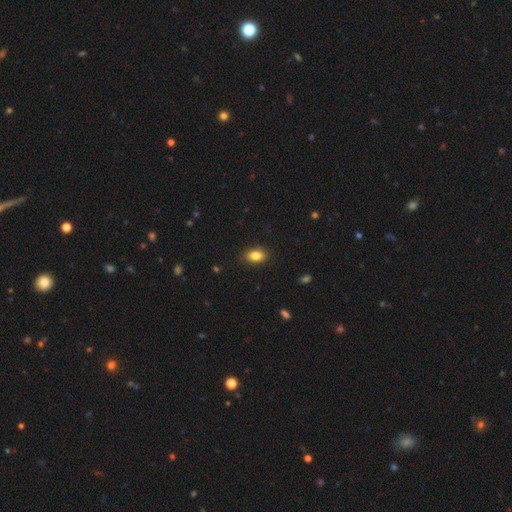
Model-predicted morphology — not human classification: Q: Smooth or featured?
A: smooth (84%); runner-up: star or artifact (9%)
Q: How rounded?
A: in between (84%); runner-up: round (14%)
Q: Merging?
A: none (86%); runner-up: minor disturbance (11%)